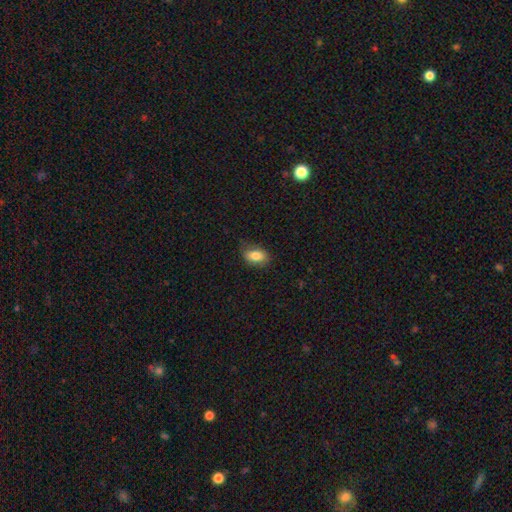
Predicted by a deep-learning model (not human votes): smooth-or-featured: smooth: 82% | featured or disk: 10% | star or artifact: 8%
  how-rounded: in between: 87% | round: 10% | cigar-shaped: 3%
  merging: none: 75% | minor disturbance: 19% | major disturbance: 4% | merger: 1%